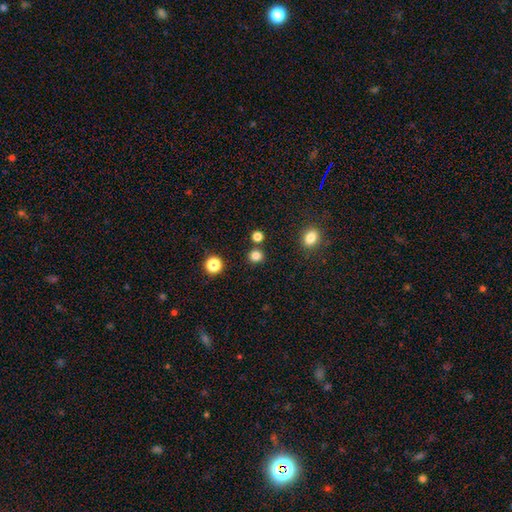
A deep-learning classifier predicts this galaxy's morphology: This appears to be a smooth galaxy with no disk features (82%) that is round (89%). Merging: none (85%).